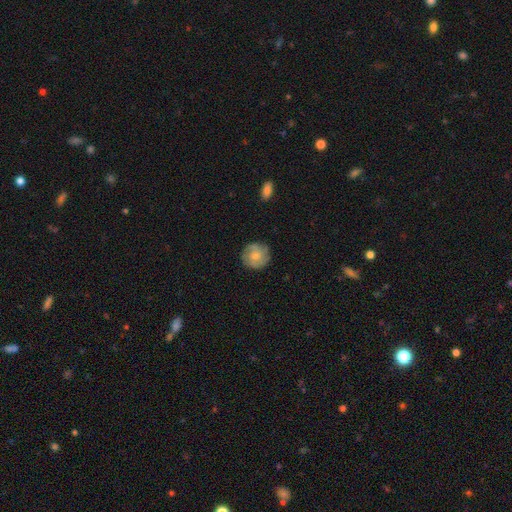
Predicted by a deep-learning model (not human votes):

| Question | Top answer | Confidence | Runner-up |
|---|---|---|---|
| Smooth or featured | smooth | 55% | featured or disk (38%) |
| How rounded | round | 92% | in between (7%) |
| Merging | none | 82% | minor disturbance (13%) |